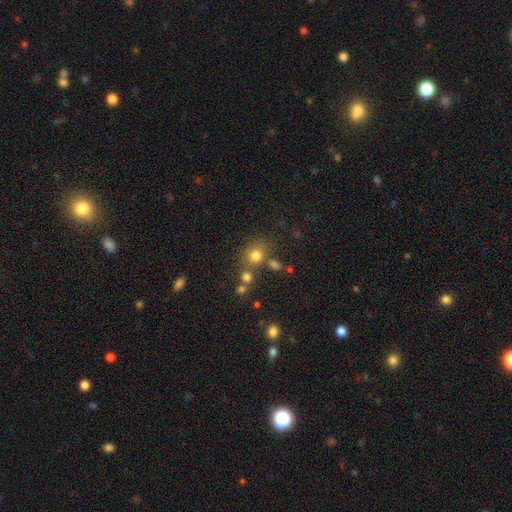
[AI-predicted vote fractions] This is likely a smooth galaxy (75%). How rounded: likely round (72%). Merging: likely none (63%).